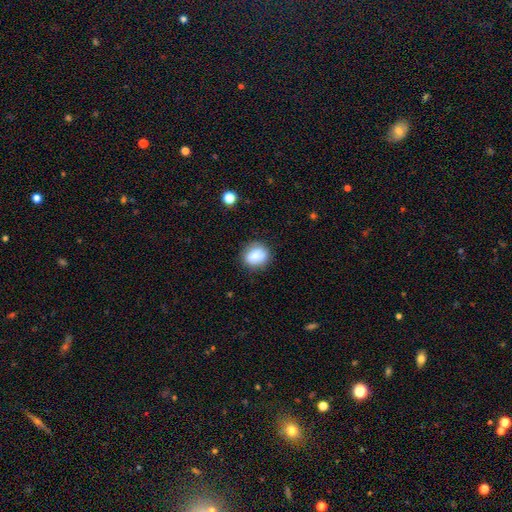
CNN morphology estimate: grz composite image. It shows a smooth galaxy with no disk features (85%) that is round (60%). Merging: none (80%).